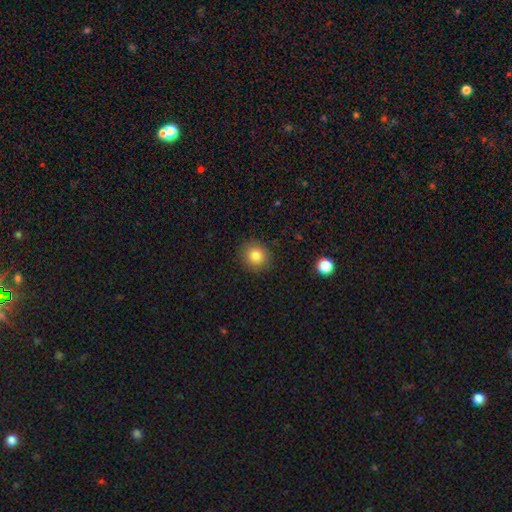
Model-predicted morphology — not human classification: A smooth galaxy with no disk features (83%) that is round (86%).

Vote fractions:
- Smooth or featured? smooth: 83% / star or artifact: 10% / featured or disk: 7%
- How rounded? round: 86% / in between: 13% / cigar-shaped: 1%
- Merging? none: 89% / minor disturbance: 7% / major disturbance: 2% / merger: 1%